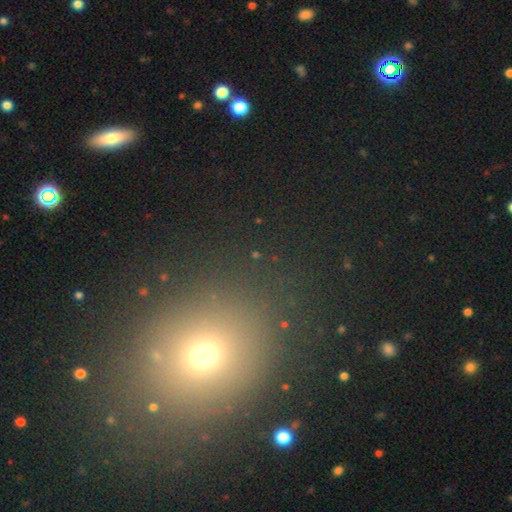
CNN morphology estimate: The model was most divided on "smooth or featured": star or artifact: 56%, smooth: 33%, featured or disk: 11%.